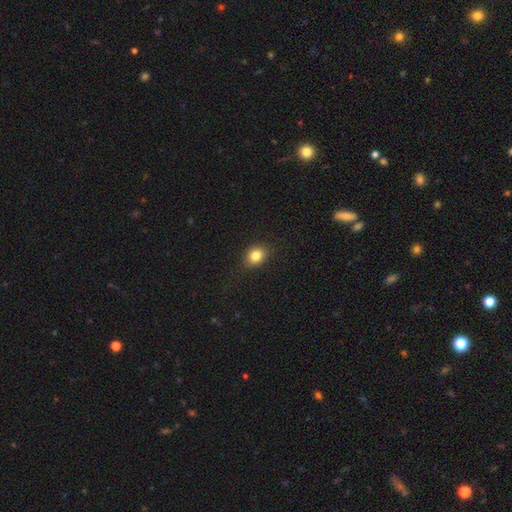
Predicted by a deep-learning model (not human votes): A smooth galaxy with no disk features (83%) that is round (52%). Merging: none (84%).